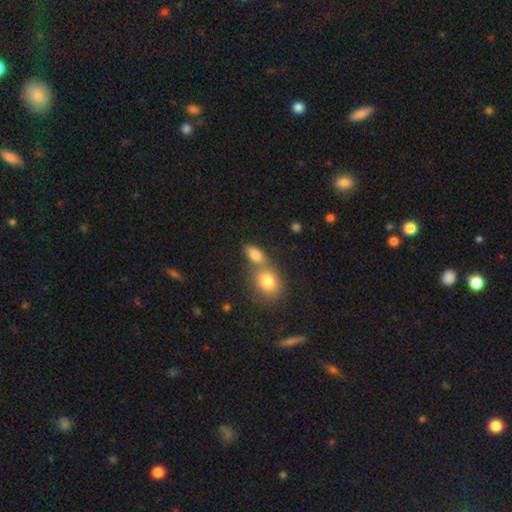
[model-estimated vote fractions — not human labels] Smooth or featured?
  - smooth: 76% *
  - featured or disk: 13%
  - star or artifact: 11%
How rounded?
  - in between: 77% *
  - round: 16%
  - cigar-shaped: 6%
Merging?
  - merger: 46% *
  - none: 42%
  - minor disturbance: 9%
  - major disturbance: 4%